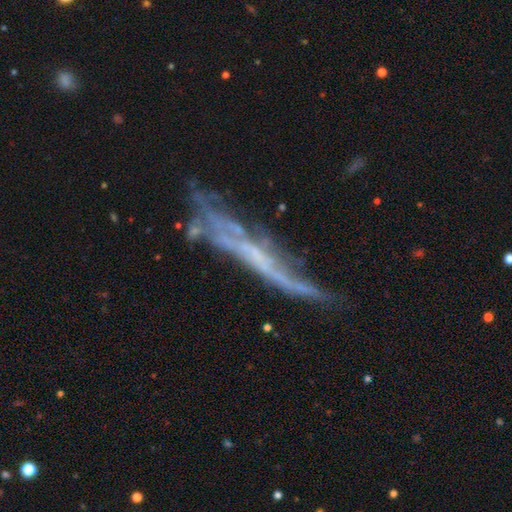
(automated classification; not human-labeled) Smooth or featured?
  - featured or disk: 69% *
  - smooth: 20%
  - star or artifact: 11%
Edge-on disk?
  - yes: 64% *
  - no: 36%
Merging?
  - none: 44% *
  - minor disturbance: 25%
  - major disturbance: 24%
  - merger: 7%